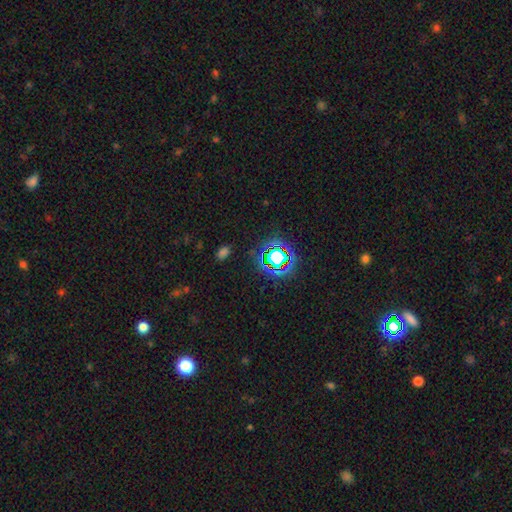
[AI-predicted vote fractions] Smooth or featured: star or artifact — 70% (smooth — 21%)